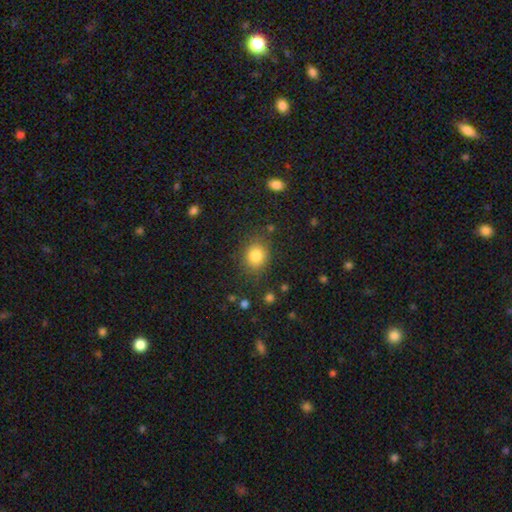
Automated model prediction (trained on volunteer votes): Smooth or featured?
  - smooth: 84% *
  - star or artifact: 11%
  - featured or disk: 6%
How rounded?
  - round: 71% *
  - in between: 29%
  - cigar-shaped: 1%
Merging?
  - none: 82% *
  - minor disturbance: 11%
  - major disturbance: 4%
  - merger: 2%